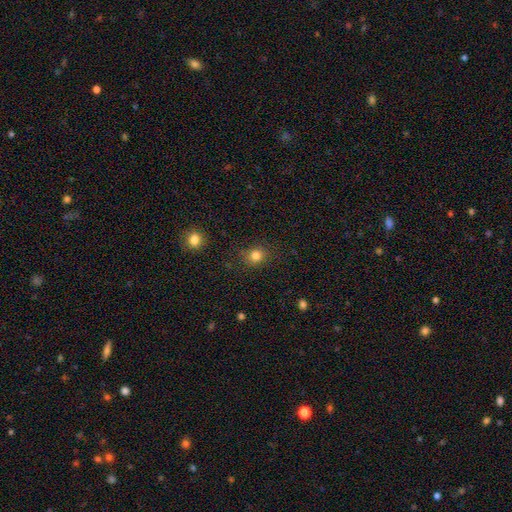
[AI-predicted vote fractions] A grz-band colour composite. It shows a smooth galaxy with no disk features (82%) that is round (76%). Merging: none (85%).